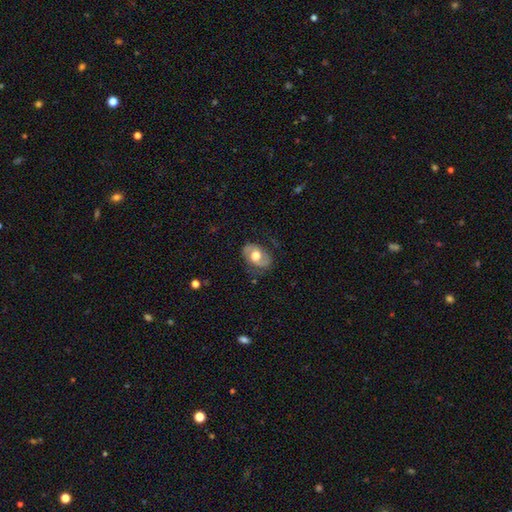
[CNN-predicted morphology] Q: Smooth or featured?
A: featured or disk (54%); runner-up: smooth (40%)
Q: Edge-on disk?
A: no (94%); runner-up: yes (6%)
Q: Bar?
A: no (64%); runner-up: weak (27%)
Q: Spiral arms?
A: yes (63%); runner-up: no (37%)
Q: Bulge size?
A: moderate (59%); runner-up: large (34%)
Q: Merging?
A: none (71%); runner-up: minor disturbance (20%)